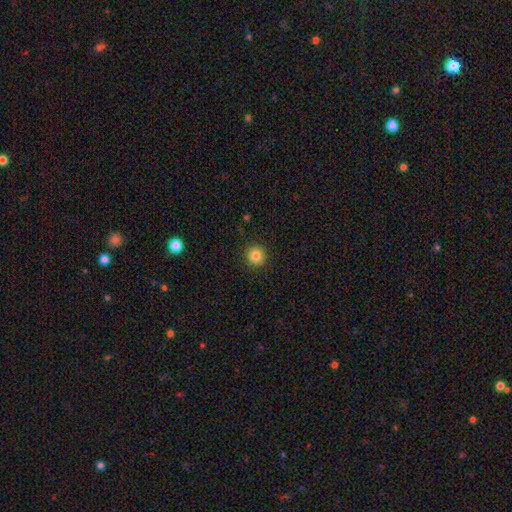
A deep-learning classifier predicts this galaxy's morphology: Smooth or featured?
  - smooth: 84% *
  - star or artifact: 11%
  - featured or disk: 5%
How rounded?
  - round: 94% *
  - in between: 5%
  - cigar-shaped: 1%
Merging?
  - none: 91% *
  - minor disturbance: 6%
  - major disturbance: 2%
  - merger: 1%